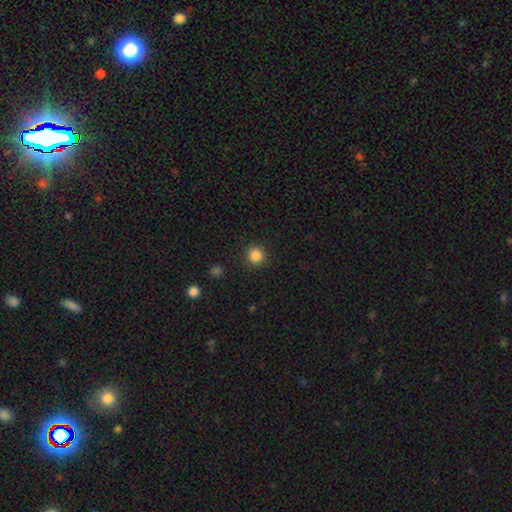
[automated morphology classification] Q: Smooth or featured?
A: smooth (85%); runner-up: star or artifact (11%)
Q: How rounded?
A: round (93%); runner-up: in between (6%)
Q: Merging?
A: none (91%); runner-up: minor disturbance (6%)